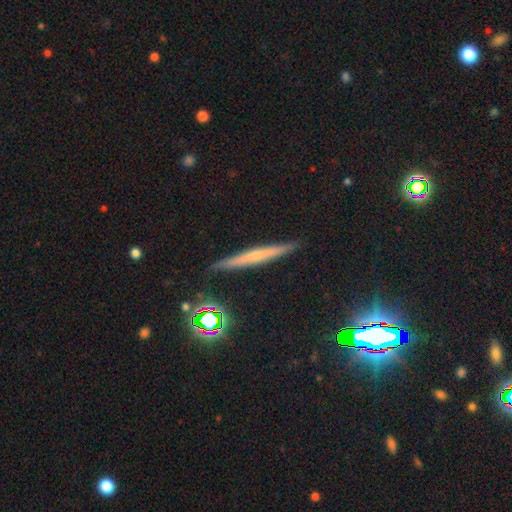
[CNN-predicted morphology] Smooth or featured? featured or disk (48%)
Merging? none (90%)